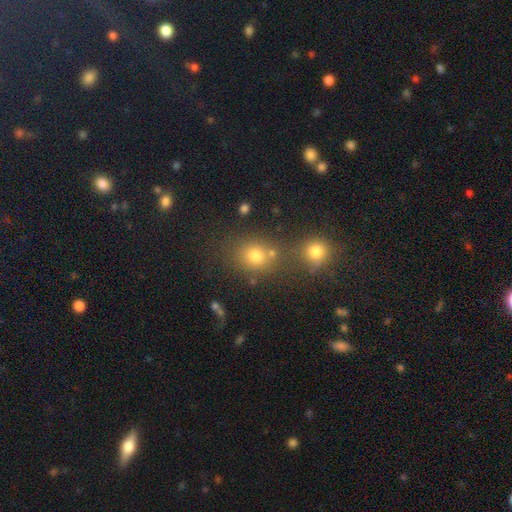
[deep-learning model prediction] Overall: smooth (66%). How rounded: round (75%). Merging: none (63%; merger 23%).